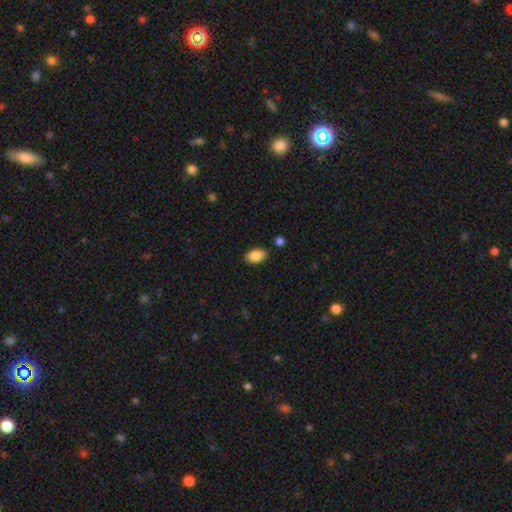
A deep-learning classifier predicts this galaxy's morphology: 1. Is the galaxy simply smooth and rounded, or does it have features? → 88% smooth, 7% star or artifact, 5% featured or disk.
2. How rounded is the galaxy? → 92% in between, 6% round, 2% cigar-shaped.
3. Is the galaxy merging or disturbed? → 86% none, 9% minor disturbance, 3% merger, 2% major disturbance.